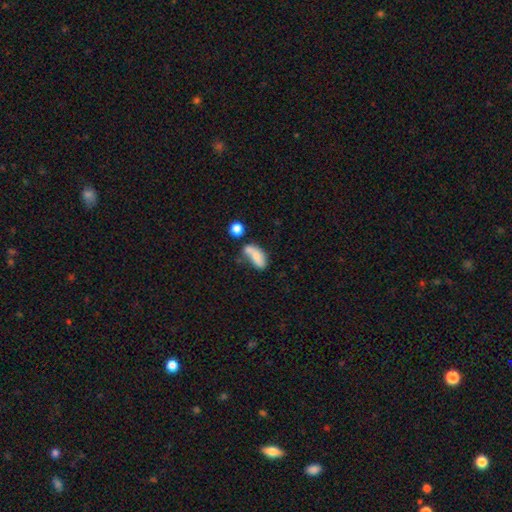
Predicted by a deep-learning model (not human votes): smooth 69%, featured or disk 22%, star or artifact 9%. Down the decision tree: how rounded — in between (83%); merging — merger (36%).